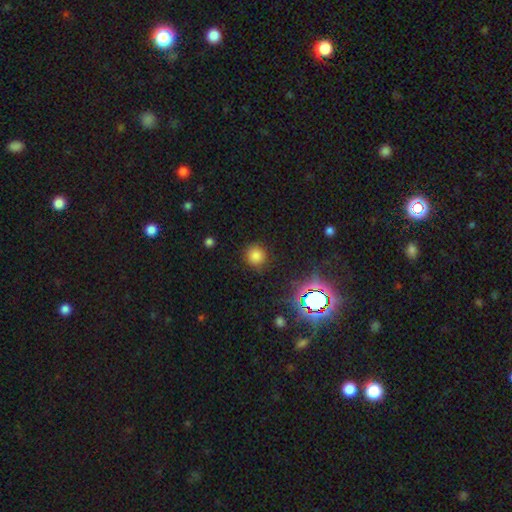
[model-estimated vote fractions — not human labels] Smooth or featured?
  - smooth: 75% *
  - star or artifact: 19%
  - featured or disk: 6%
How rounded?
  - round: 92% *
  - in between: 7%
  - cigar-shaped: 1%
Merging?
  - none: 85% *
  - minor disturbance: 10%
  - major disturbance: 3%
  - merger: 1%